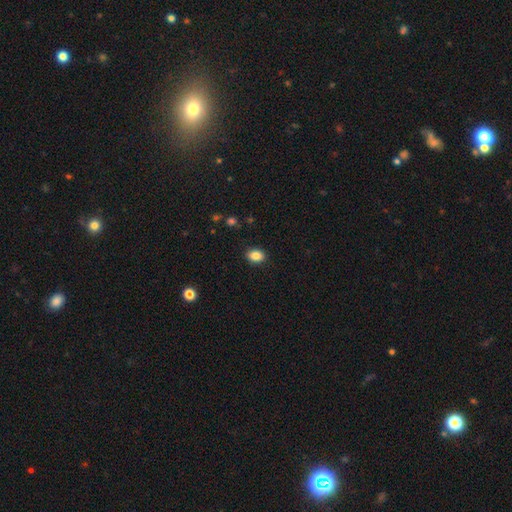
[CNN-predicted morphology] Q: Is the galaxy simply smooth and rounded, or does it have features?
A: smooth — 87%.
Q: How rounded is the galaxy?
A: in between — 66%.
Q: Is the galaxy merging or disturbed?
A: none — 89%.